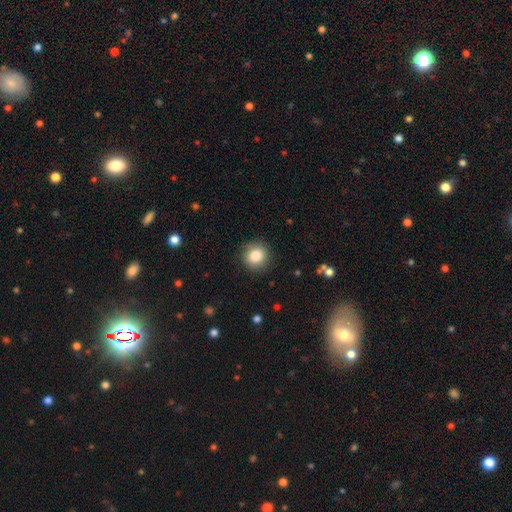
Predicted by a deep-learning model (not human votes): Smooth or featured: smooth — 84% (star or artifact — 10%)
How rounded: round — 91% (in between — 8%)
Merging: none — 90% (minor disturbance — 7%)